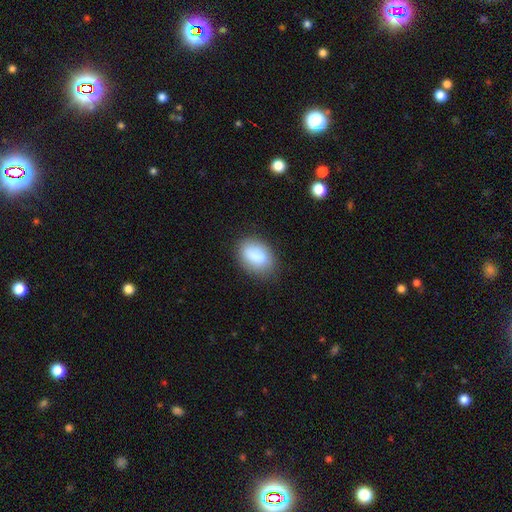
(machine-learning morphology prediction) smooth_or_featured: smooth (p=0.82) [alt: featured or disk p=0.10]
how_rounded: in between (p=0.83) [alt: round p=0.15]
merging: none (p=0.74) [alt: minor disturbance p=0.19]